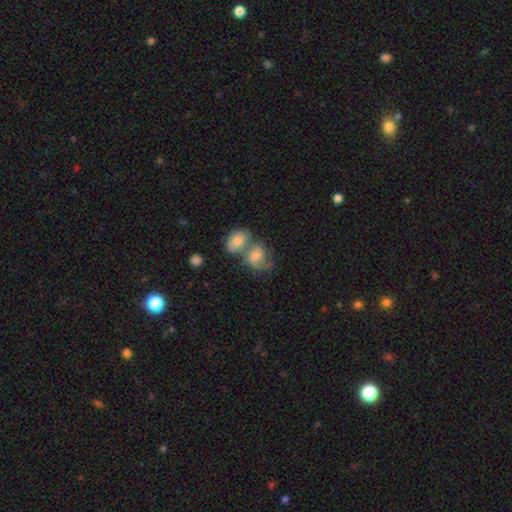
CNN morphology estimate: Smooth or featured?
  - featured or disk: 49% *
  - smooth: 43%
  - star or artifact: 8%
Merging?
  - merger: 62% *
  - none: 19%
  - minor disturbance: 10%
  - major disturbance: 10%